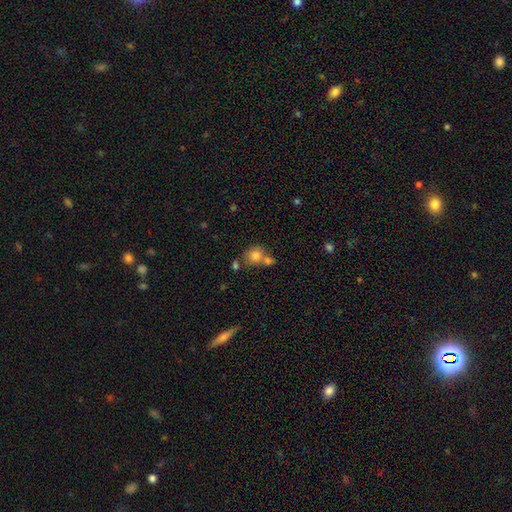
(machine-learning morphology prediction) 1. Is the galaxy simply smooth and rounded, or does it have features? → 79% smooth, 11% star or artifact, 11% featured or disk.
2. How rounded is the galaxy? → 75% round, 24% in between, 1% cigar-shaped.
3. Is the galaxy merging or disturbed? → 47% none, 38% merger, 10% minor disturbance, 4% major disturbance.